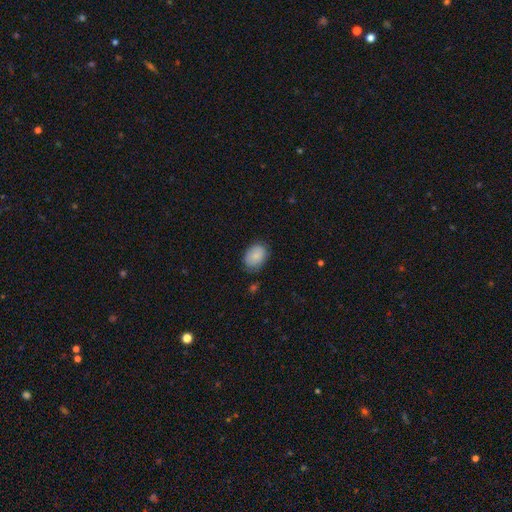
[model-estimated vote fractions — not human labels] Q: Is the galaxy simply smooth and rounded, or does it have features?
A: smooth — 84%.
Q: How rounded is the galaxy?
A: in between — 76%.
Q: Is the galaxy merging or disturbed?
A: none — 73%.